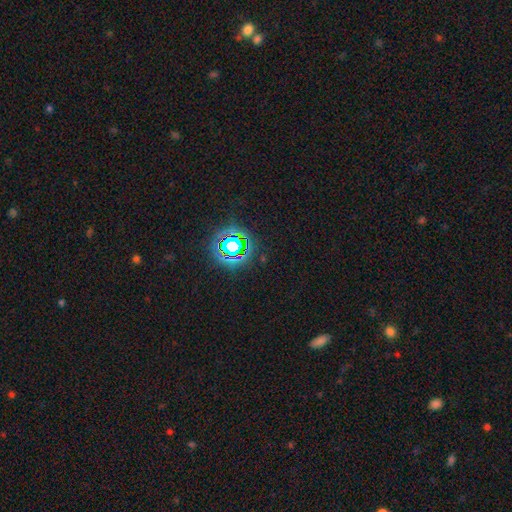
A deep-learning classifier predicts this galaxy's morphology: smooth_or_featured: star or artifact (p=0.78) [alt: smooth p=0.16]